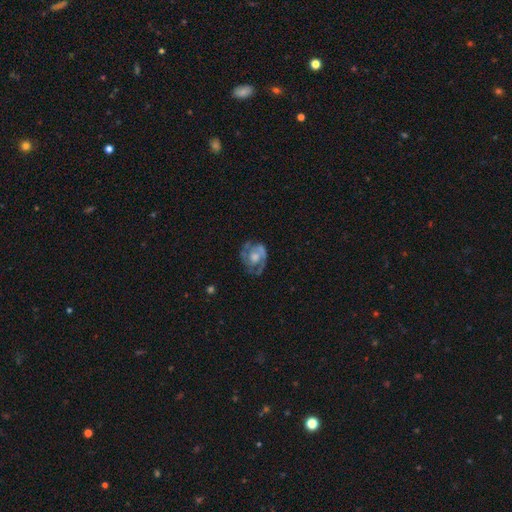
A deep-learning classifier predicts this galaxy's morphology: The model was most divided on "spiral winding": tight: 45%, medium: 40%, loose: 15%. Remaining: edge-on disk — no (97%); spiral arms — yes (79%); bar — no (75%); smooth or featured — featured or disk (74%); merging — none (59%); spiral arm count — 2 (52%); bulge size — moderate (46%).